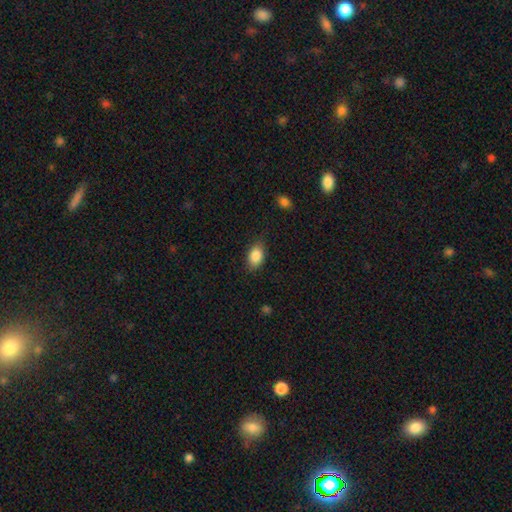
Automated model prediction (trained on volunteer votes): smooth-or-featured: smooth: 87% | star or artifact: 8% | featured or disk: 6%
  how-rounded: in between: 83% | round: 15% | cigar-shaped: 2%
  merging: none: 77% | minor disturbance: 18% | major disturbance: 4% | merger: 1%